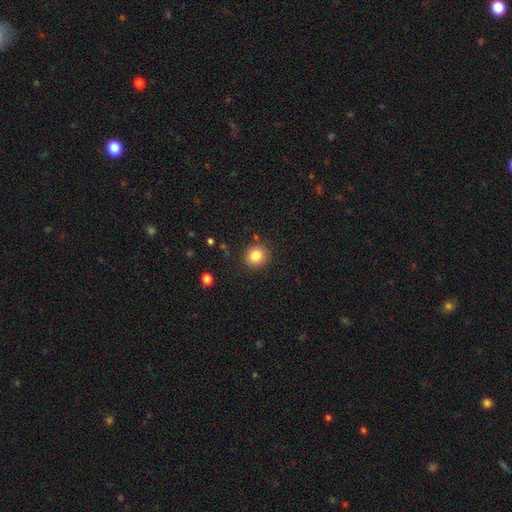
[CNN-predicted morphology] Q: Smooth or featured?
A: smooth (83%); runner-up: star or artifact (11%)
Q: How rounded?
A: round (90%); runner-up: in between (9%)
Q: Merging?
A: none (89%); runner-up: minor disturbance (7%)